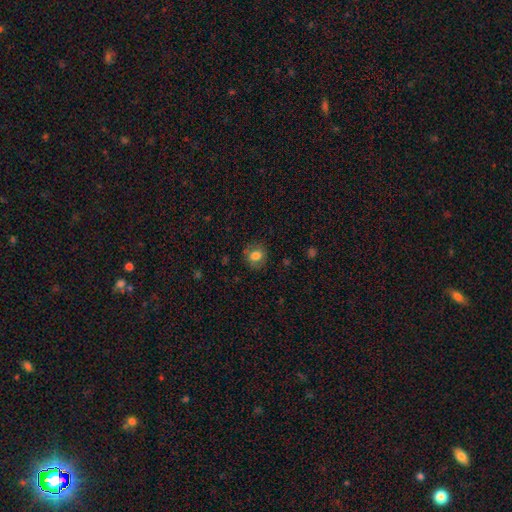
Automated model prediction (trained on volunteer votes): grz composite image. It shows a smooth galaxy with no disk features (78%) that is round (71%). Merging: none (79%).